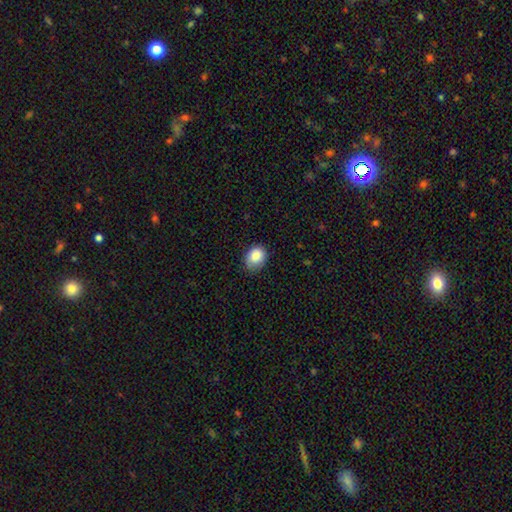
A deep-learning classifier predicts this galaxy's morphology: smooth-or-featured: smooth: 87% | star or artifact: 8% | featured or disk: 5%
  how-rounded: in between: 53% | round: 46% | cigar-shaped: 1%
  merging: none: 70% | minor disturbance: 25% | major disturbance: 4% | merger: 1%